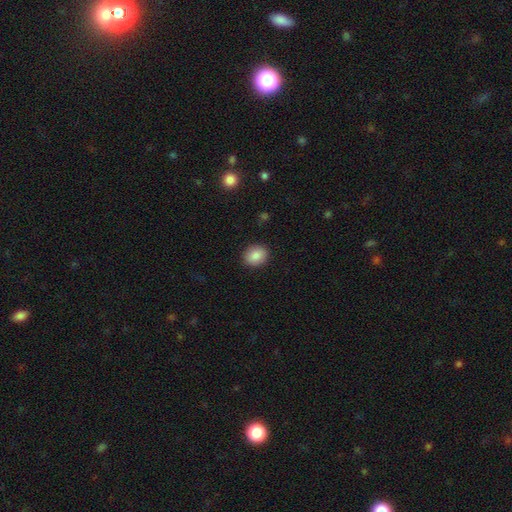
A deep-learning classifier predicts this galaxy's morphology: This is clearly a smooth galaxy (87%). How rounded: possibly round (59%). Merging: clearly none (90%).